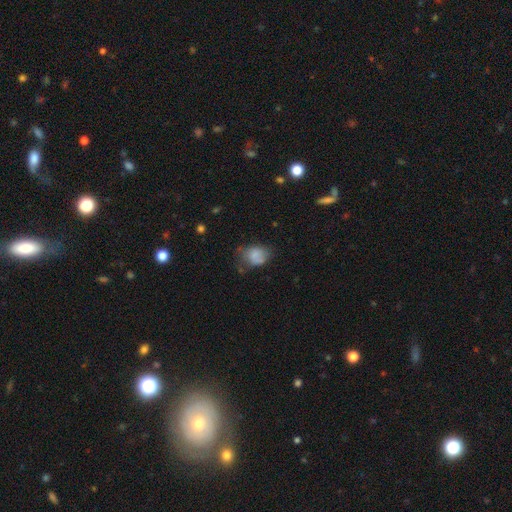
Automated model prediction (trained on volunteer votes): smooth 75%, featured or disk 15%, star or artifact 10%. Down the decision tree: how rounded — in between (54%); merging — none (43%).